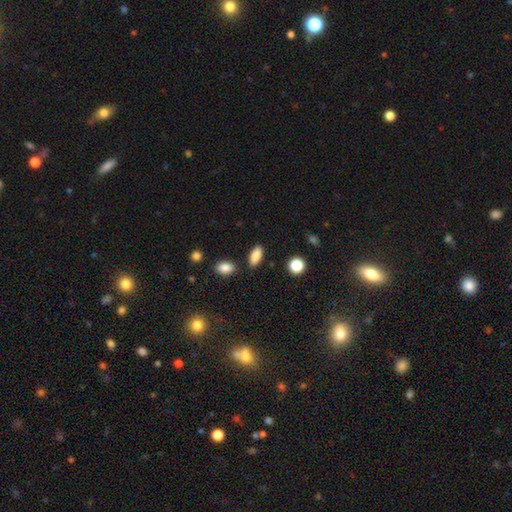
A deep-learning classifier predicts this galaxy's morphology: type=smooth (87%); roundness=in between (82%); merging=none (84%).